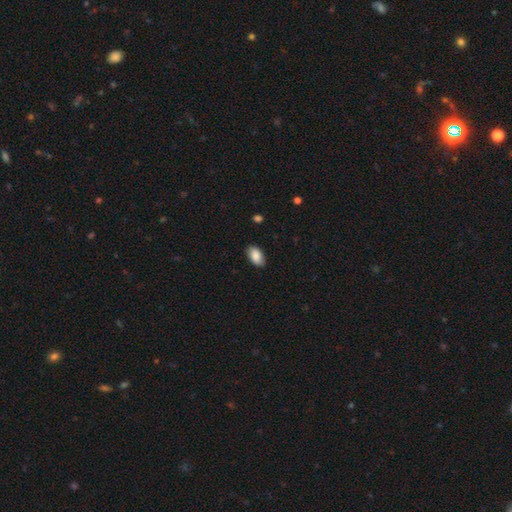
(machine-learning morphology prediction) smooth_or_featured: smooth (p=0.87) [alt: featured or disk p=0.07]
how_rounded: in between (p=0.94) [alt: round p=0.04]
merging: none (p=0.85) [alt: minor disturbance p=0.12]